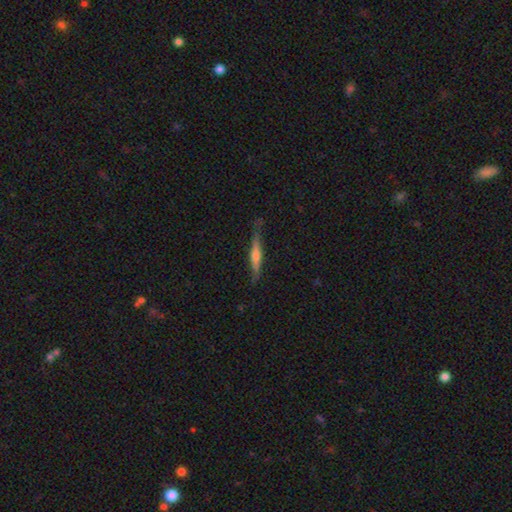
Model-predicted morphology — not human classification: Smooth or featured? Predicted: featured or disk (p=0.56). Edge-on disk? Predicted: yes (p=0.95). Edge-on bulge? Predicted: rounded (p=0.69). Merging? Predicted: none (p=0.77).